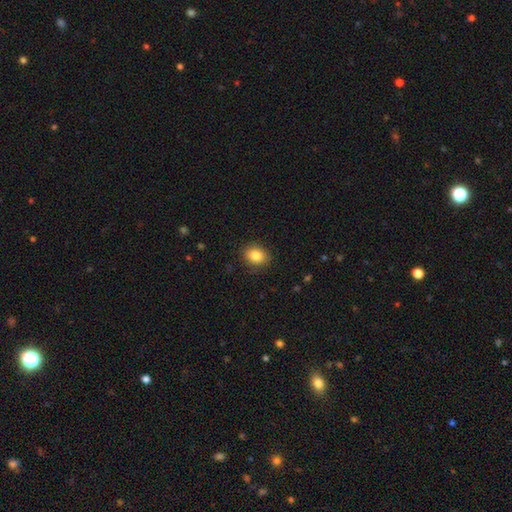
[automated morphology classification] Smooth or featured? smooth (85%)
How rounded? in between (53%)
Merging? none (87%)